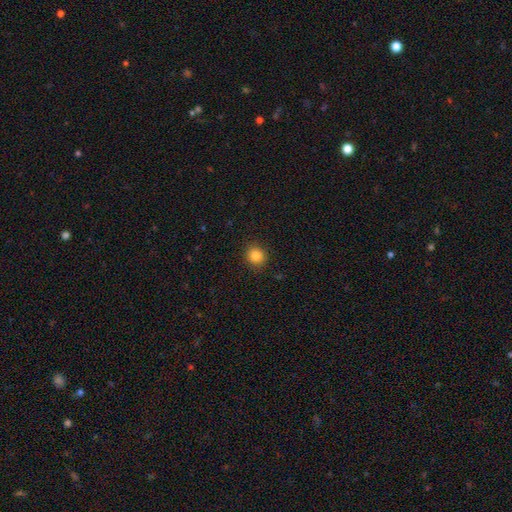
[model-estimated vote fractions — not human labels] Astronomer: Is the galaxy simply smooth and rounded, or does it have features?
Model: smooth — 84%.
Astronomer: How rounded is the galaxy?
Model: round — 89%.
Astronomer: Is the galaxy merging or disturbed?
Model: none — 91%.